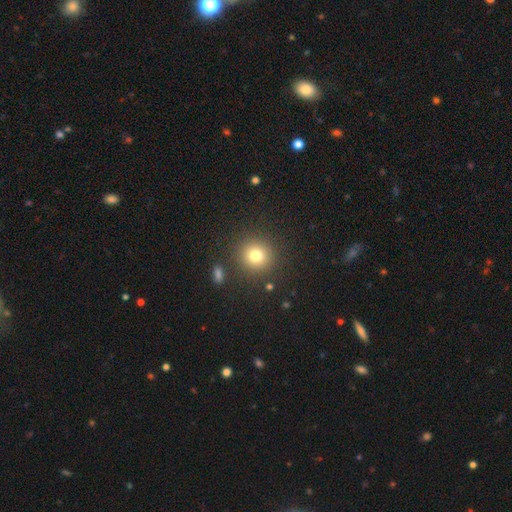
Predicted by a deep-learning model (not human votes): smooth 78%, star or artifact 14%, featured or disk 8%. Down the decision tree: how rounded — round (91%); merging — none (87%).